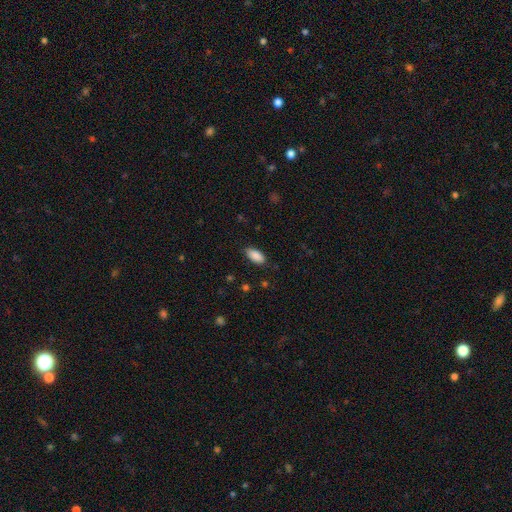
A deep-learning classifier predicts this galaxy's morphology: Smooth or featured?
  - smooth: 89% *
  - star or artifact: 7%
  - featured or disk: 4%
How rounded?
  - in between: 92% *
  - cigar-shaped: 6%
  - round: 2%
Merging?
  - none: 85% *
  - minor disturbance: 11%
  - major disturbance: 3%
  - merger: 1%